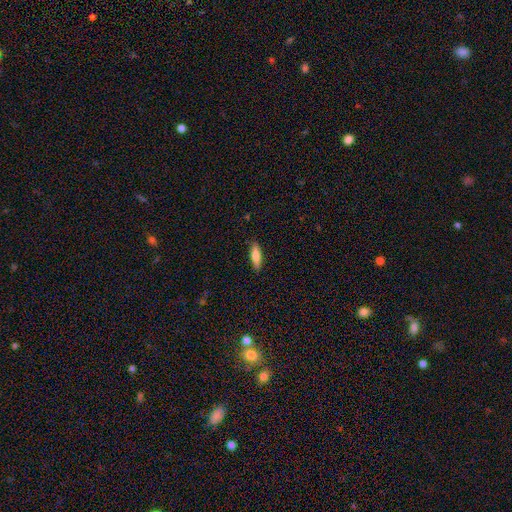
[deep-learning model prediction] Smooth or featured: smooth — 75% (featured or disk — 19%)
How rounded: cigar-shaped — 56% (in between — 43%)
Merging: none — 88% (minor disturbance — 9%)